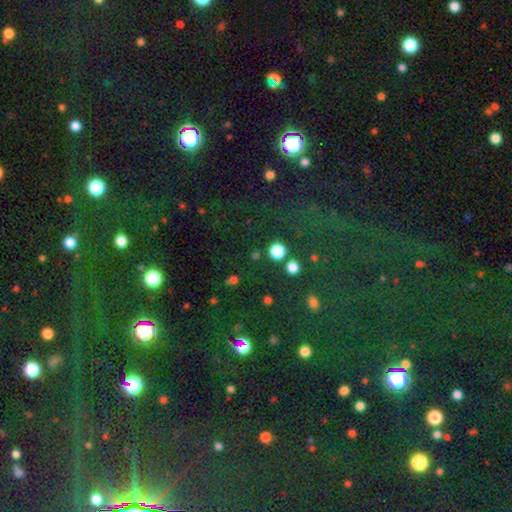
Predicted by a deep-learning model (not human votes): Smooth or featured?
  - star or artifact: 52% *
  - smooth: 41%
  - featured or disk: 8%